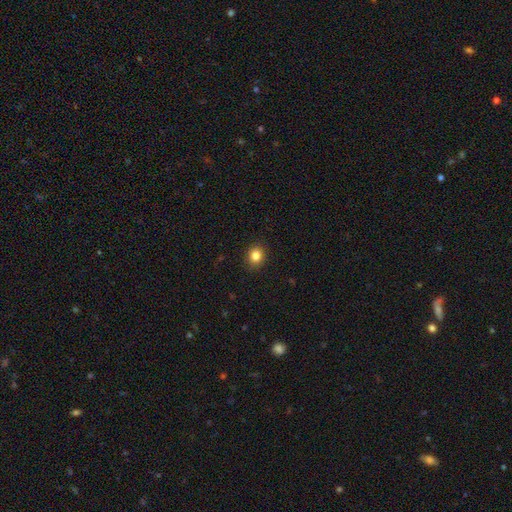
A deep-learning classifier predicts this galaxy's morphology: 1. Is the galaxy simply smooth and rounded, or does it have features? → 84% smooth, 11% star or artifact, 5% featured or disk.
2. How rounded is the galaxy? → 73% round, 26% in between, 1% cigar-shaped.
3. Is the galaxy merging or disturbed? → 90% none, 7% minor disturbance, 2% major disturbance, 1% merger.